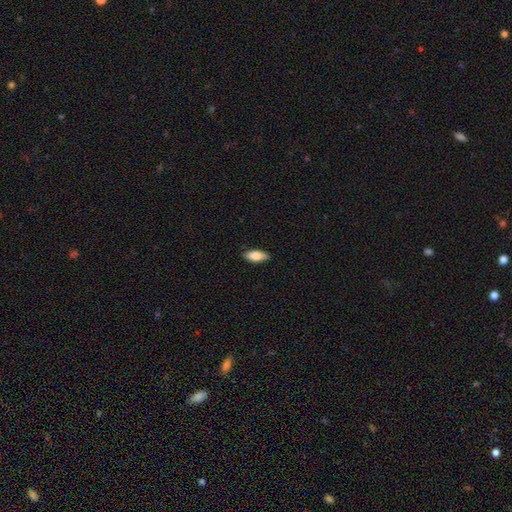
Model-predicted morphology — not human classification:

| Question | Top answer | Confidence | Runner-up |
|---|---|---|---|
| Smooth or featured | smooth | 81% | featured or disk (13%) |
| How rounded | in between | 82% | cigar-shaped (16%) |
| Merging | none | 87% | minor disturbance (10%) |